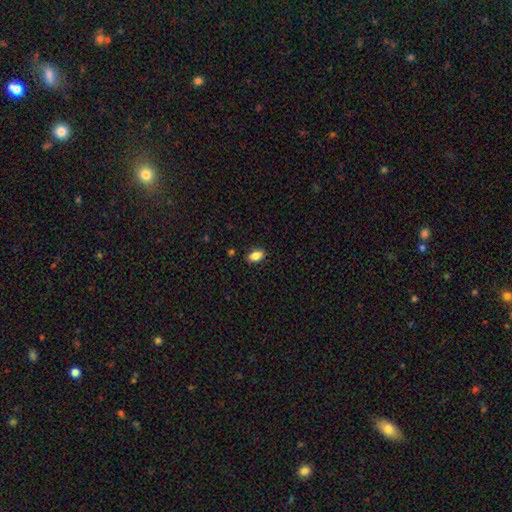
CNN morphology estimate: type=smooth (85%); roundness=in between (89%); merging=none (88%).